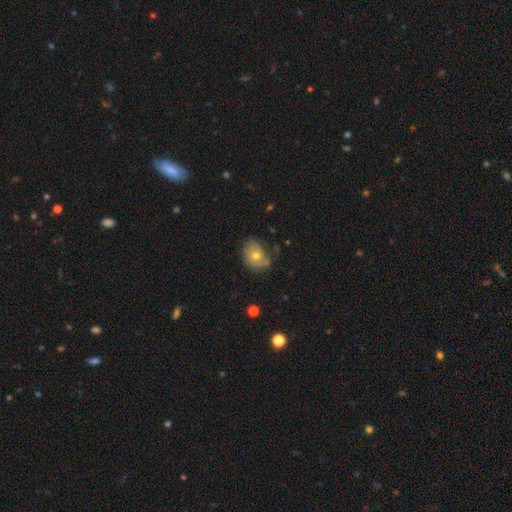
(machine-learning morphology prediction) smooth_or_featured: smooth (p=0.61) [alt: featured or disk p=0.30]
how_rounded: in between (p=0.63) [alt: round p=0.36]
merging: none (p=0.60) [alt: minor disturbance p=0.28]